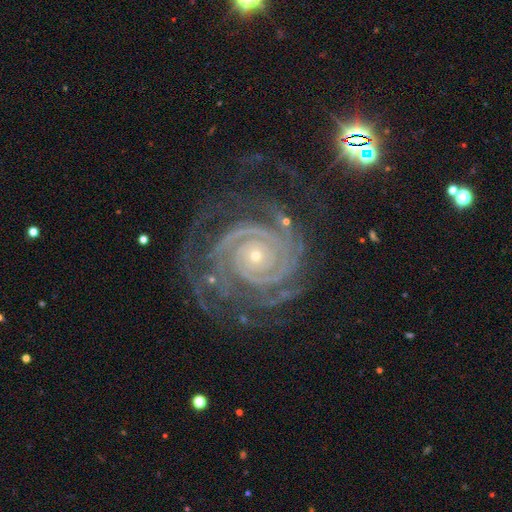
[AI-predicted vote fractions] Morphology: type=featured or disk (92%); edge-on=no (98%); bar=no (77%); spiral arms=yes (99%); winding=tight (86%); arm count=2 (37%); bulge=small (77%); merging=none (70%).